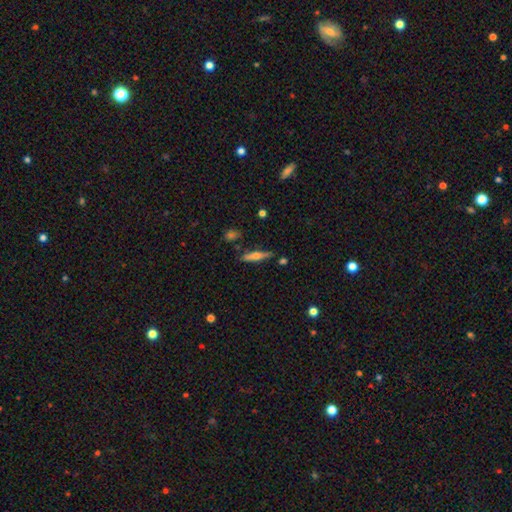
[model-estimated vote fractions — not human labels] This is possibly a featured or disk galaxy (47%). Merging: likely none (80%).